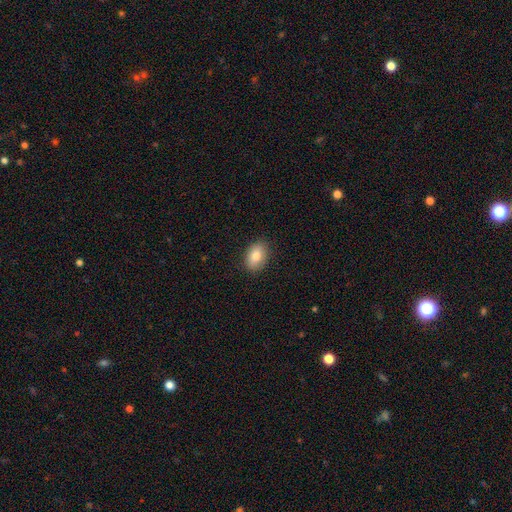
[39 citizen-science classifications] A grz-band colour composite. It shows a smooth galaxy with no disk features (90%) that is in between round and cigar-shaped (80%). Merging: none (95%).